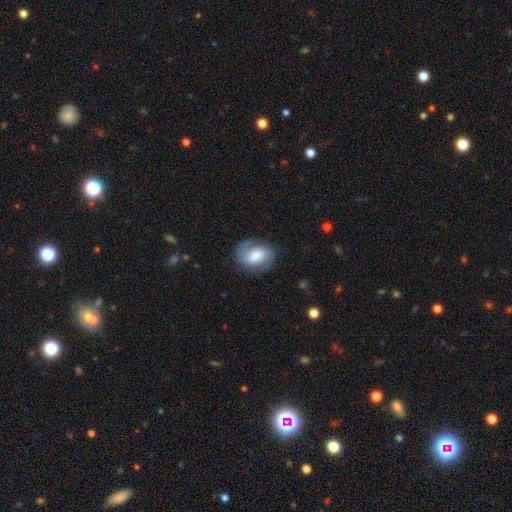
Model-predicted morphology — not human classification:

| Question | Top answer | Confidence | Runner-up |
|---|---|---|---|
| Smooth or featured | featured or disk | 57% | smooth (36%) |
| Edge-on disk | no | 97% | yes (3%) |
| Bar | weak | 44% | no (37%) |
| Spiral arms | yes | 85% | no (15%) |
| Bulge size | moderate | 41% | large (31%) |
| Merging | none | 75% | minor disturbance (16%) |